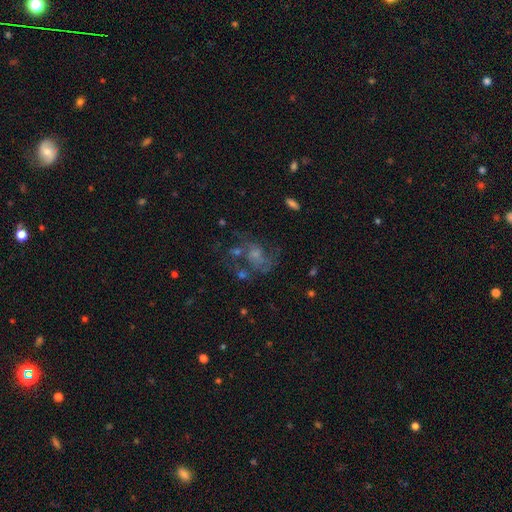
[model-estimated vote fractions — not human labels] smooth_or_featured: featured or disk (p=0.60) [alt: smooth p=0.23]
disk_edge_on: no (p=0.97) [alt: yes p=0.03]
bar: no (p=0.74) [alt: weak p=0.22]
has_spiral_arms: yes (p=0.68) [alt: no p=0.32]
bulge_size: small (p=0.39) [alt: moderate p=0.29]
merging: none (p=0.40) [alt: major disturbance p=0.29]